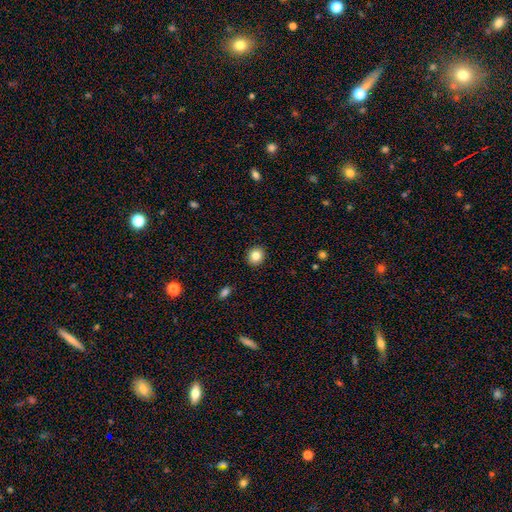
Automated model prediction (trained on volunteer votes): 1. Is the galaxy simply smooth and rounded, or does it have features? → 83% smooth, 10% star or artifact, 7% featured or disk.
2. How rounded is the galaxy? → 84% round, 15% in between, 1% cigar-shaped.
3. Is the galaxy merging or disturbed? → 92% none, 5% minor disturbance, 2% major disturbance, 1% merger.